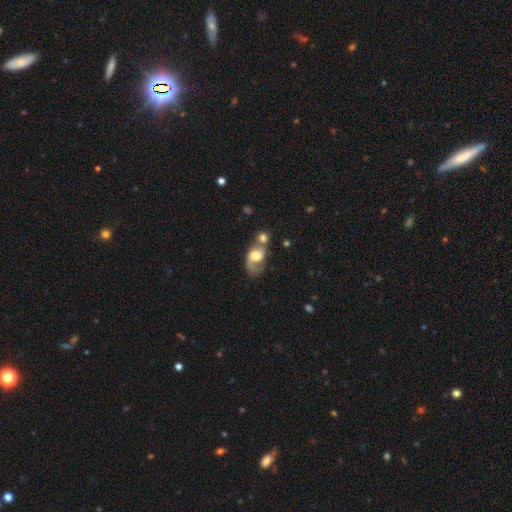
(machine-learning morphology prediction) Smooth or featured?
  - featured or disk: 51% *
  - smooth: 41%
  - star or artifact: 8%
Edge-on disk?
  - no: 95% *
  - yes: 5%
Merging?
  - merger: 41% *
  - none: 25%
  - major disturbance: 18%
  - minor disturbance: 16%